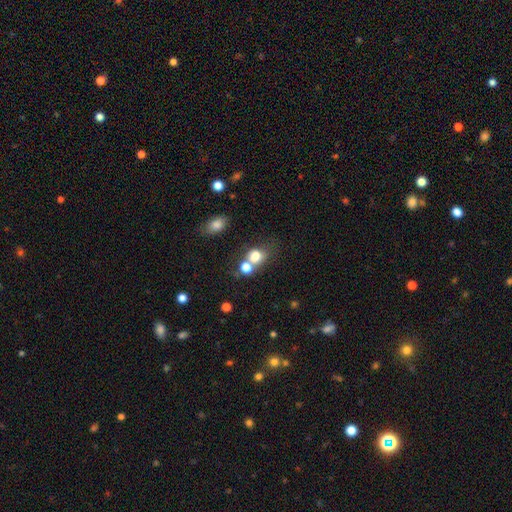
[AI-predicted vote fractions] Smooth or featured? Predicted: smooth (p=0.76). How rounded? Predicted: round (p=0.63). Merging? Predicted: none (p=0.43).